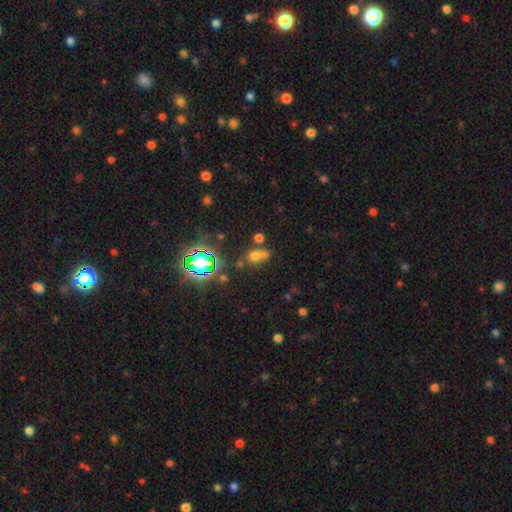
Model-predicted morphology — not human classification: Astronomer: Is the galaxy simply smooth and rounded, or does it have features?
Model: smooth — 53% (runner-up: star or artifact, 33%).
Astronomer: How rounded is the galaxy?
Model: round — 55% (runner-up: in between, 42%).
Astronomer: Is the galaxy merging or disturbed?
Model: merger — 43% (runner-up: none, 42%).